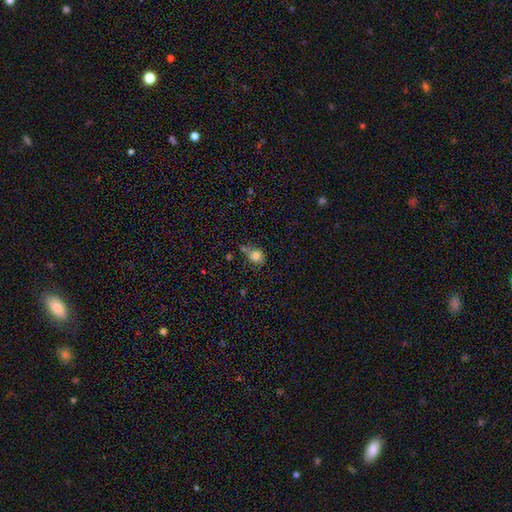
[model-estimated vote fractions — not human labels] Morphology: type=smooth (79%); roundness=round (68%); merging=none (51%).